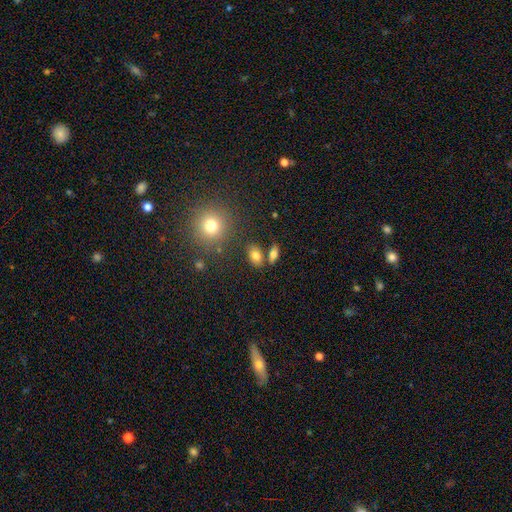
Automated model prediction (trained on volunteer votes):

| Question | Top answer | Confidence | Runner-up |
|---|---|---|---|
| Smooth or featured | smooth | 78% | star or artifact (11%) |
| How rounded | in between | 83% | round (14%) |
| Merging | none | 72% | merger (13%) |